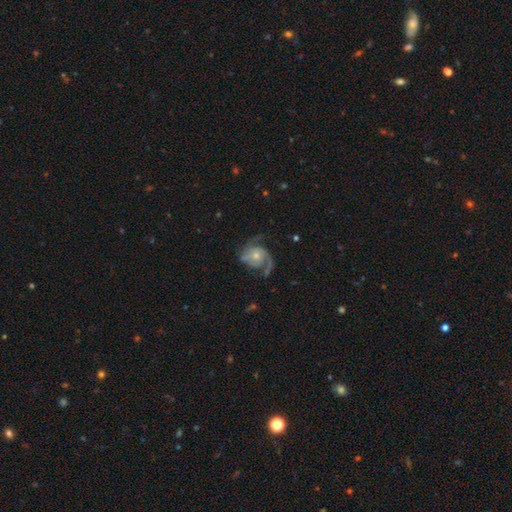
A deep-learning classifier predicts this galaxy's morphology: Smooth or featured? Predicted: featured or disk (p=0.83). Edge-on disk? Predicted: no (p=0.98). Bar? Predicted: no (p=0.73). Spiral arms? Predicted: yes (p=0.94). Spiral winding? Predicted: medium (p=0.45). Spiral arm count? Predicted: 2 (p=0.68). Bulge size? Predicted: small (p=0.49). Merging? Predicted: none (p=0.54).